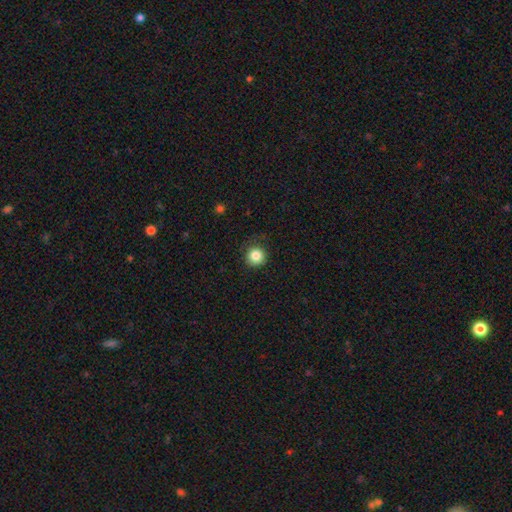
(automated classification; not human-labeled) smooth 84%, star or artifact 11%, featured or disk 5%. Down the decision tree: how rounded — round (95%); merging — none (85%).